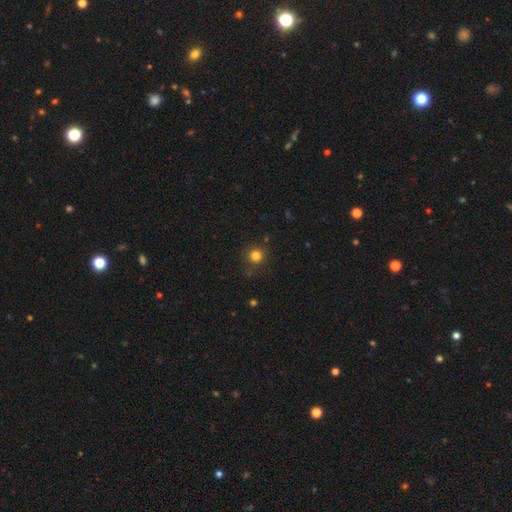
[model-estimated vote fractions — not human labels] The model was most divided on "smooth or featured": smooth: 80%, star or artifact: 14%, featured or disk: 5%. More confident: how rounded — round (94%); merging — none (85%).